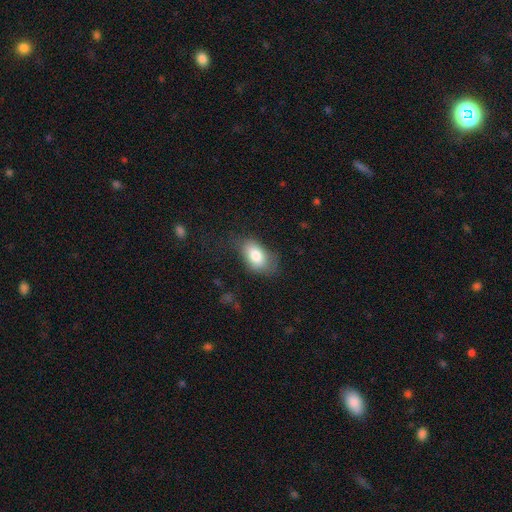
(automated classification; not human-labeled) This appears to be a smooth galaxy with no disk features (81%) that is in between round and cigar-shaped (91%). Merging: none (56%).